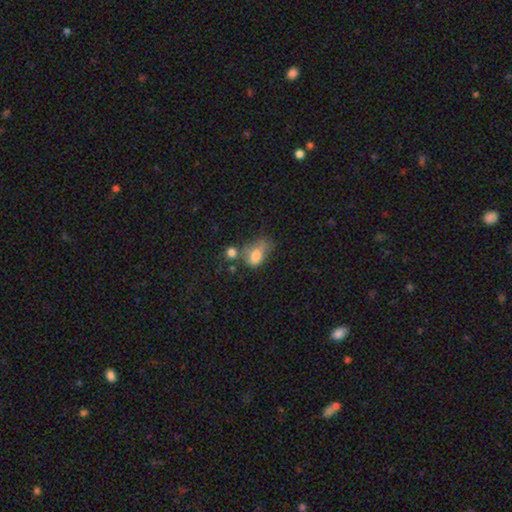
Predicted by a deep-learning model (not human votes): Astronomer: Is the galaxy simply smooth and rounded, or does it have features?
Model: smooth — 74%.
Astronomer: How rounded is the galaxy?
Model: in between — 78%.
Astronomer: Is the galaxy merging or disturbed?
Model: major disturbance — 27% (runner-up: minor disturbance, 26%).